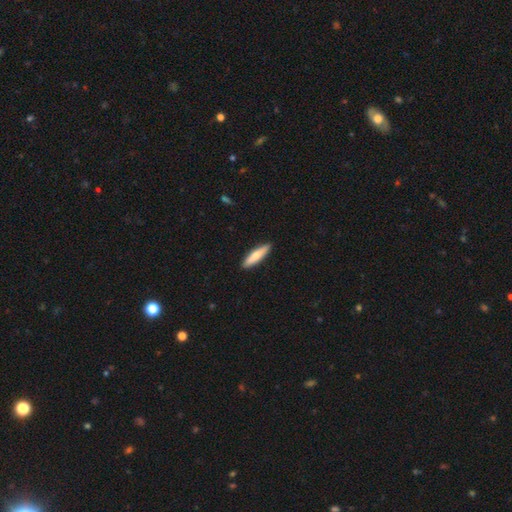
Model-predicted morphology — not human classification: This appears to be a smooth galaxy with no disk features (72%) that is cigar-shaped (76%). Merging: none (91%).